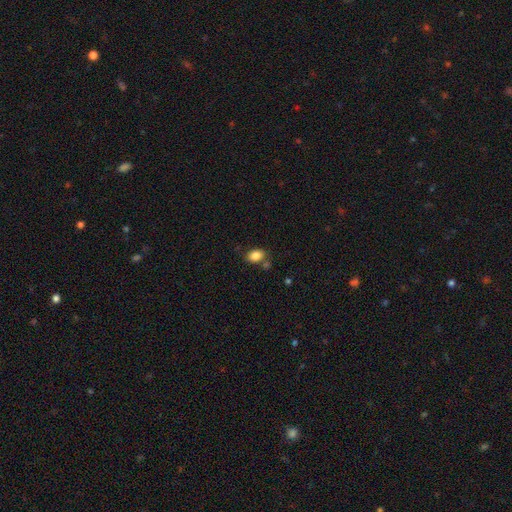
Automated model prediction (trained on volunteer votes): Smooth or featured: smooth — 85% (star or artifact — 9%)
How rounded: in between — 82% (round — 17%)
Merging: none — 68% (minor disturbance — 14%)